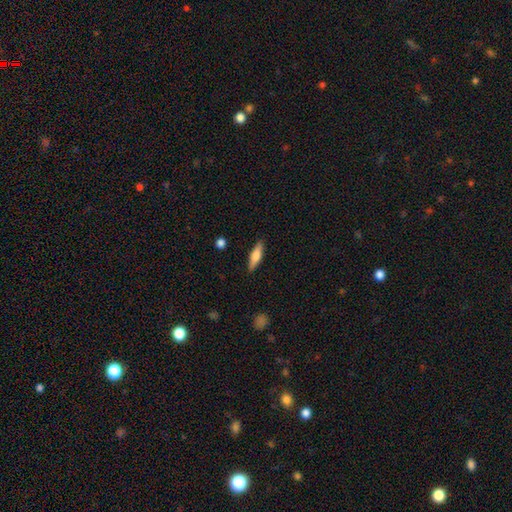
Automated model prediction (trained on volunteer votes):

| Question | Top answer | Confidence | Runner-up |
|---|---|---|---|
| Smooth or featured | smooth | 58% | featured or disk (36%) |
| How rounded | cigar-shaped | 64% | in between (34%) |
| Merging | none | 88% | minor disturbance (9%) |